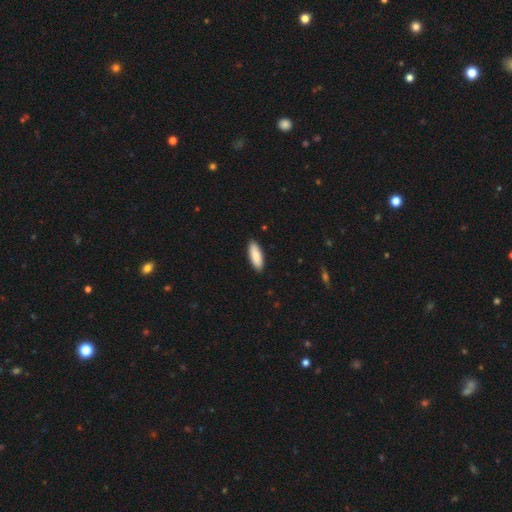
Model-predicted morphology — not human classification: smooth 88%, featured or disk 7%, star or artifact 5%. Down the decision tree: how rounded — in between (60%); merging — none (91%).